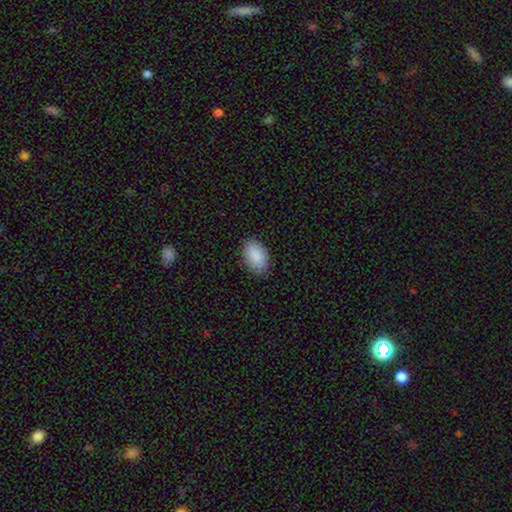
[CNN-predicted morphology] Smooth or featured? smooth (89%)
How rounded? in between (93%)
Merging? none (86%)